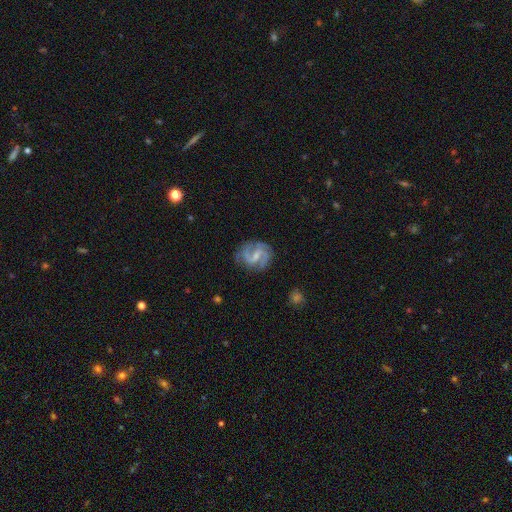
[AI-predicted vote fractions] This appears to be a featured or disk galaxy (88%) with a weak bar (53%), 2 (79%) medium (55%) spiral arms (97%) and a small central bulge (55%). Merging: none (74%).